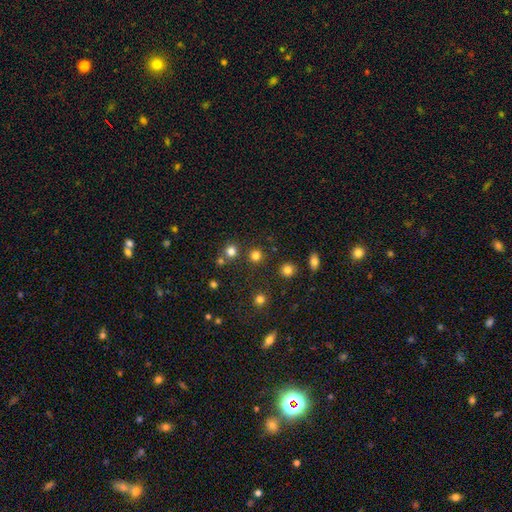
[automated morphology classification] type=smooth (79%); roundness=round (93%); merging=none (83%).